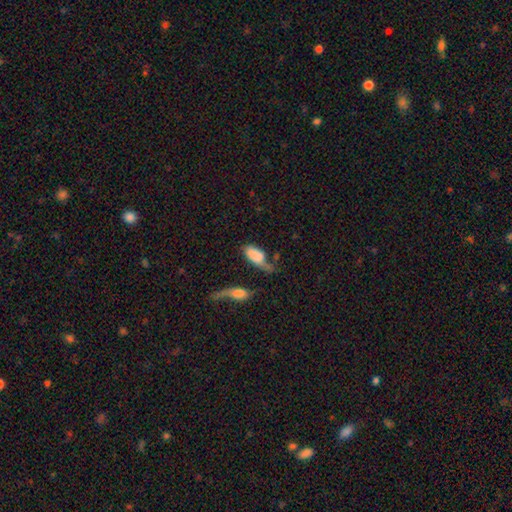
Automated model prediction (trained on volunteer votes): smooth 76%, featured or disk 16%, star or artifact 8%. Down the decision tree: how rounded — in between (89%); merging — none (27%).